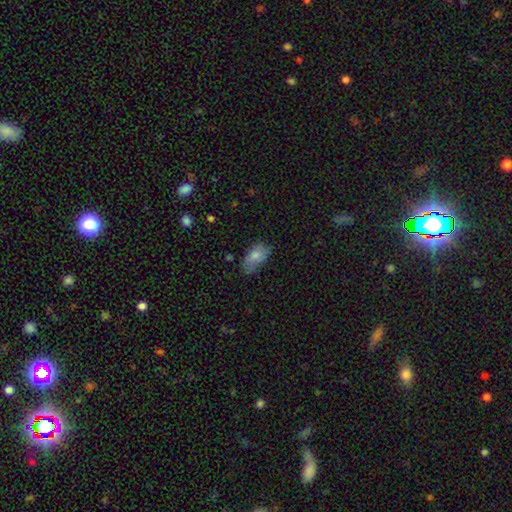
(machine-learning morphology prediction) Overall: smooth (75%). How rounded: in between (91%). Merging: none (44%; minor disturbance 38%).